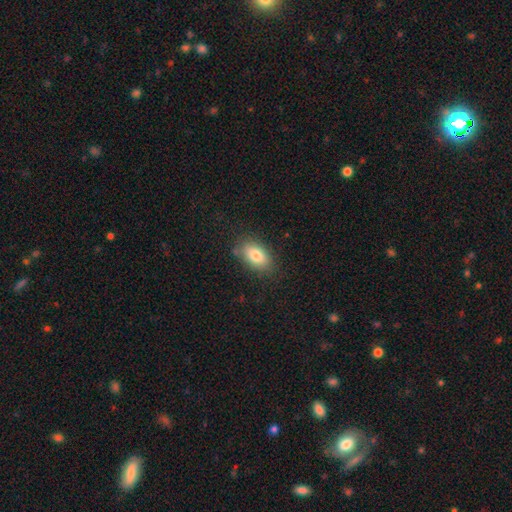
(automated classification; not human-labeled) The model was most divided on "merging": none: 82%, minor disturbance: 13%, major disturbance: 4%, merger: 2%. More confident: how rounded — in between (90%); smooth or featured — smooth (81%).